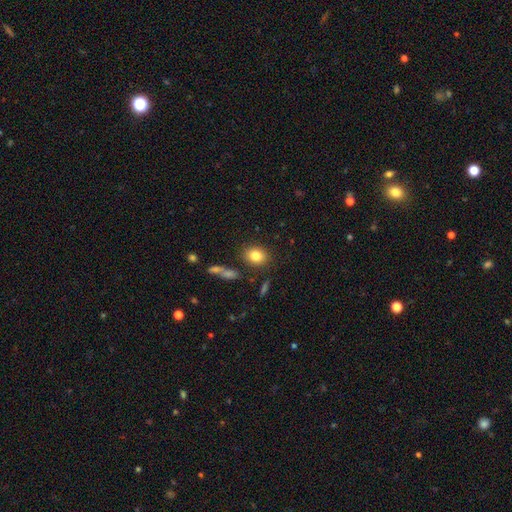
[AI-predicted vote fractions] A smooth galaxy with no disk features (82%) that is round (50%). Merging: none (84%).